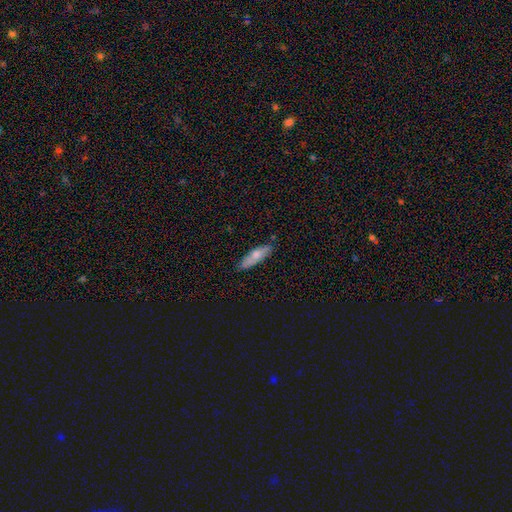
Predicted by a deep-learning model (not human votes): Smooth or featured?
  - smooth: 72% *
  - featured or disk: 22%
  - star or artifact: 6%
How rounded?
  - cigar-shaped: 54% *
  - in between: 44%
  - round: 2%
Merging?
  - none: 81% *
  - minor disturbance: 15%
  - major disturbance: 2%
  - merger: 2%